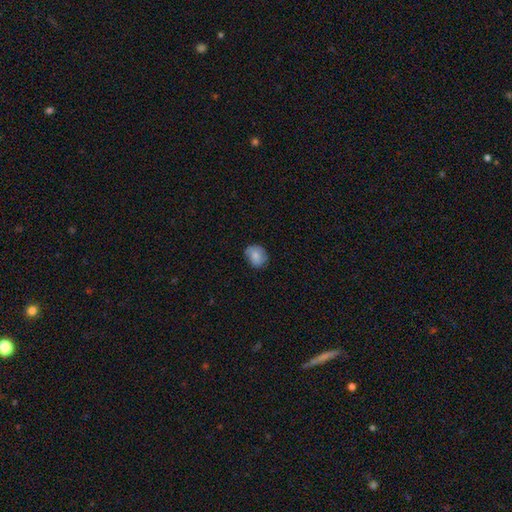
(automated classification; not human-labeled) smooth-or-featured: smooth: 76% | featured or disk: 16% | star or artifact: 8%
  how-rounded: round: 64% | in between: 35% | cigar-shaped: 1%
  merging: none: 71% | minor disturbance: 23% | major disturbance: 5% | merger: 1%